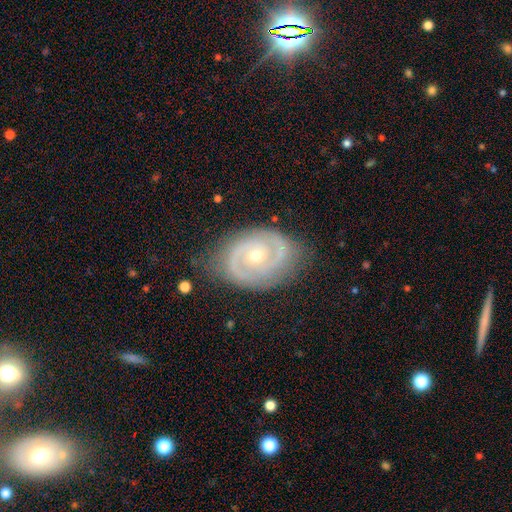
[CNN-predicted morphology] featured or disk 87%, smooth 8%, star or artifact 5%. Down the decision tree: edge-on disk — no (97%); bar — no (69%); spiral arms — yes (94%); spiral arm count — 2 (79%); spiral winding — tight (54%); bulge size — small (49%); merging — none (77%).